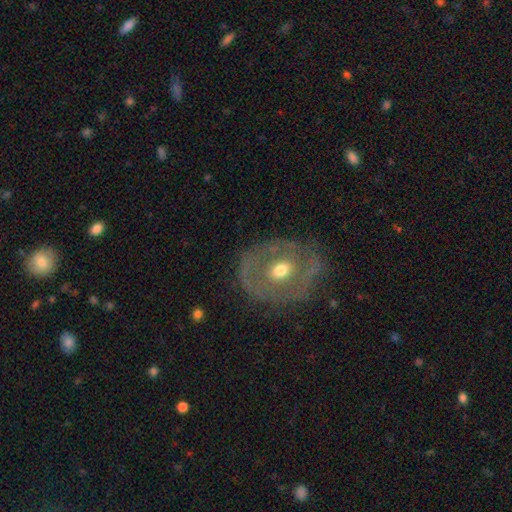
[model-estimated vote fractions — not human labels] Overall: featured or disk (70%). Edge-on disk: no (94%). Bar: no (61%; weak 26%). Spiral arms: no (60%; yes 40%). Bulge size: moderate (74%). Merging: none (77%).